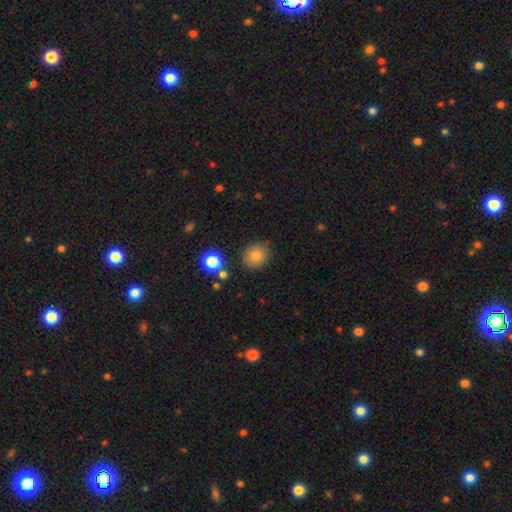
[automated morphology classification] Smooth or featured?
  - smooth: 80% *
  - star or artifact: 11%
  - featured or disk: 9%
How rounded?
  - round: 86% *
  - in between: 13%
  - cigar-shaped: 1%
Merging?
  - none: 84% *
  - minor disturbance: 10%
  - merger: 4%
  - major disturbance: 3%